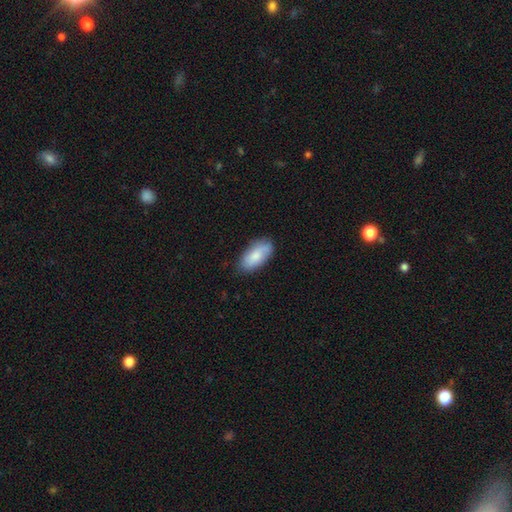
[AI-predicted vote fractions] Smooth or featured: smooth — 78% (featured or disk — 16%)
How rounded: in between — 90% (cigar-shaped — 7%)
Merging: none — 77% (minor disturbance — 18%)